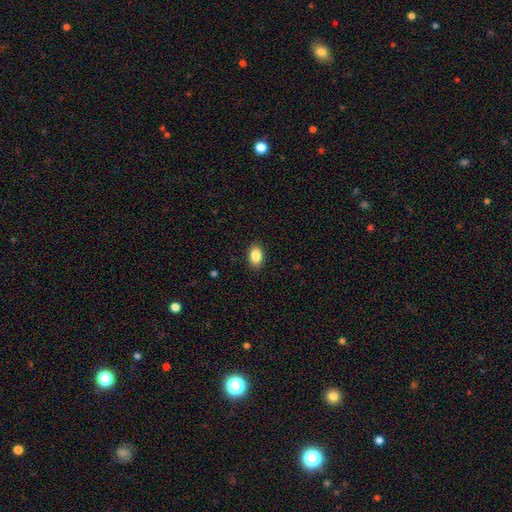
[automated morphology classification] smooth_or_featured: smooth (p=0.87) [alt: star or artifact p=0.08]
how_rounded: in between (p=0.86) [alt: round p=0.13]
merging: none (p=0.89) [alt: minor disturbance p=0.08]